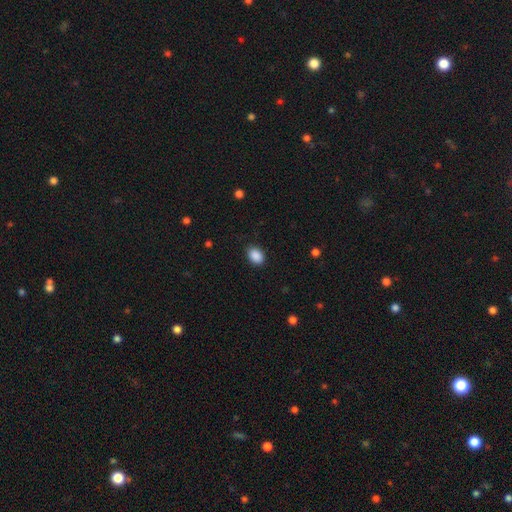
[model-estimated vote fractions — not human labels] The model was most divided on "how rounded": in between: 70%, round: 29%, cigar-shaped: 1%. More confident: smooth or featured — smooth (89%); merging — none (85%).